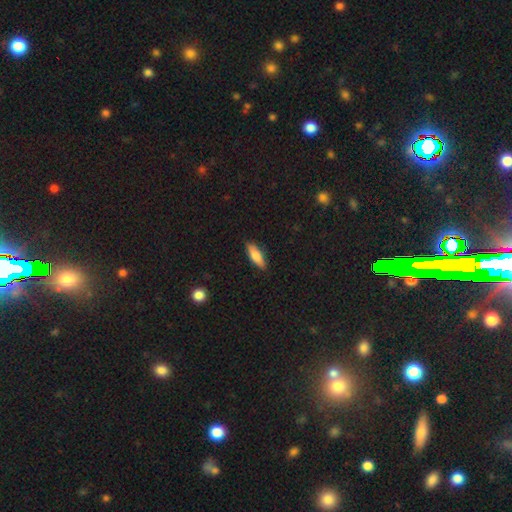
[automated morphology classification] A smooth galaxy with no disk features (80%) that is in between round and cigar-shaped (51%). Merging: none (86%).